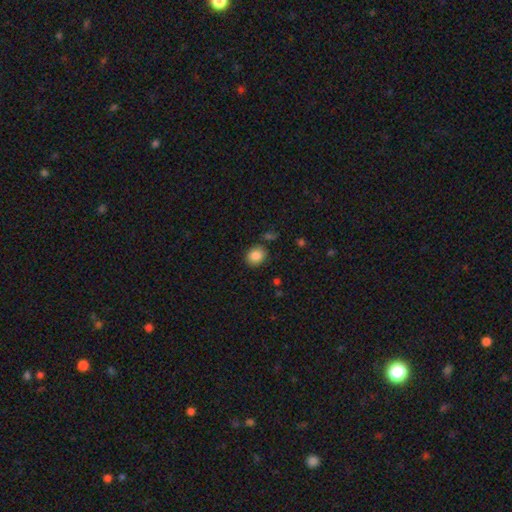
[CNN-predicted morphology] Smooth or featured? smooth (86%)
How rounded? round (68%)
Merging? none (83%)